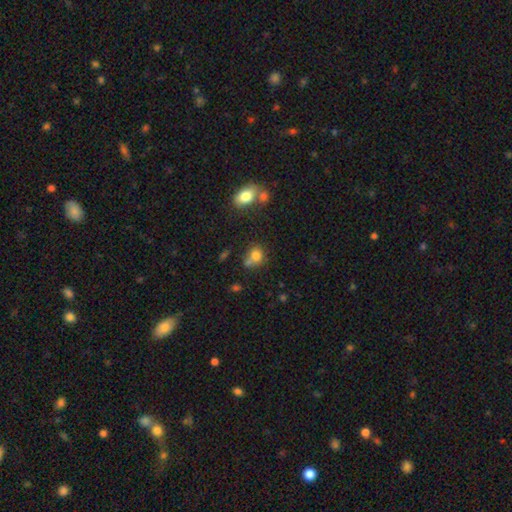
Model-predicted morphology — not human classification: smooth 78%, star or artifact 12%, featured or disk 10%. Down the decision tree: how rounded — round (63%); merging — none (47%).